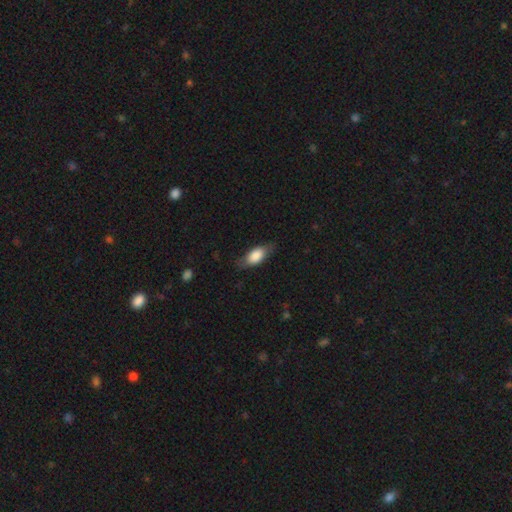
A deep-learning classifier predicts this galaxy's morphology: This is likely a smooth galaxy (78%). How rounded: clearly in between (84%). Merging: likely none (72%).